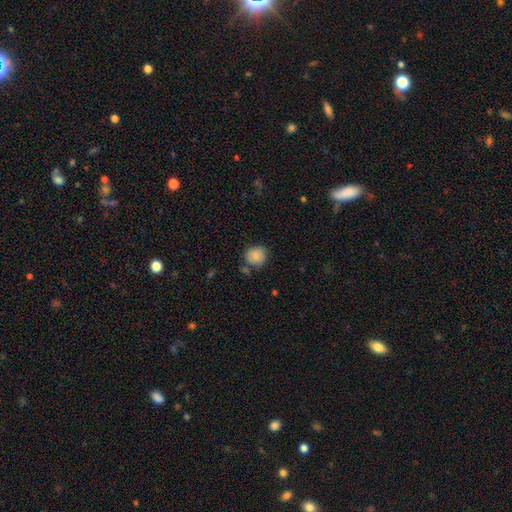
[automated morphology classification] Smooth or featured: smooth — 81% (featured or disk — 10%)
How rounded: round — 85% (in between — 14%)
Merging: none — 71% (minor disturbance — 18%)